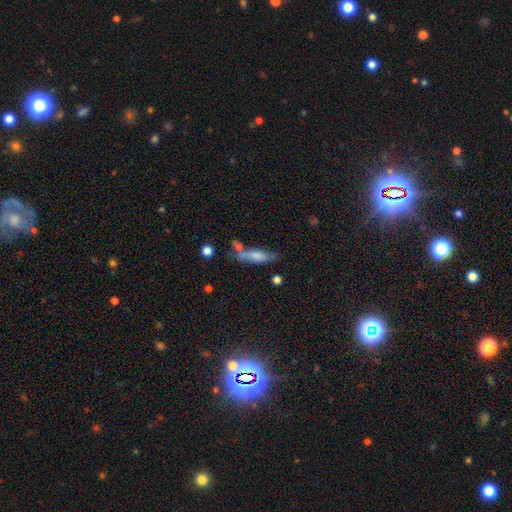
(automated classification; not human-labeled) A smooth galaxy with no disk features (70%) that is cigar-shaped (63%).

Vote fractions:
- Smooth or featured? smooth: 70% / featured or disk: 23% / star or artifact: 7%
- How rounded? cigar-shaped: 63% / in between: 34% / round: 2%
- Merging? none: 59% / minor disturbance: 21% / merger: 14% / major disturbance: 7%